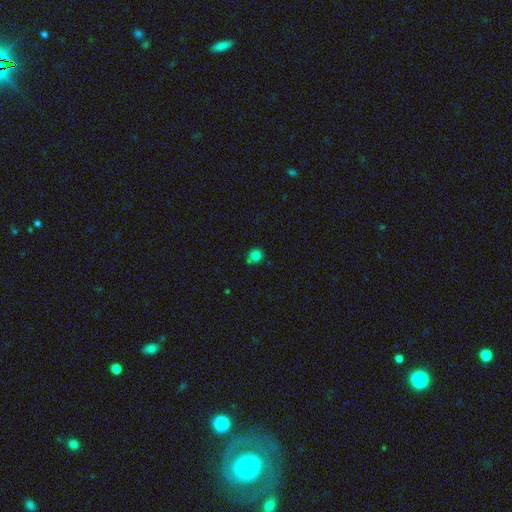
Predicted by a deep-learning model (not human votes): Smooth or featured? smooth (80%)
How rounded? round (90%)
Merging? none (68%)